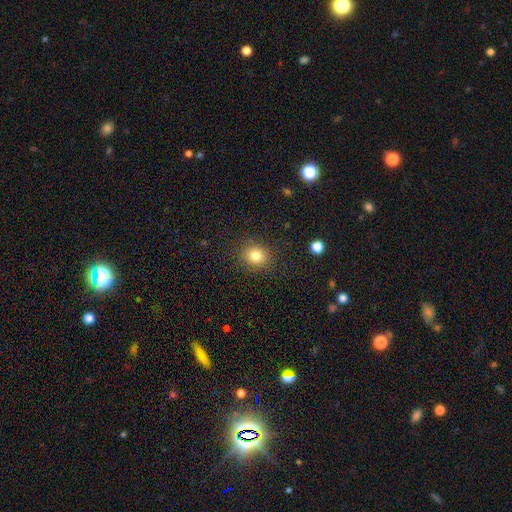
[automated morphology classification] smooth_or_featured: smooth (p=0.81) [alt: star or artifact p=0.12]
how_rounded: round (p=0.76) [alt: in between p=0.23]
merging: none (p=0.88) [alt: minor disturbance p=0.08]